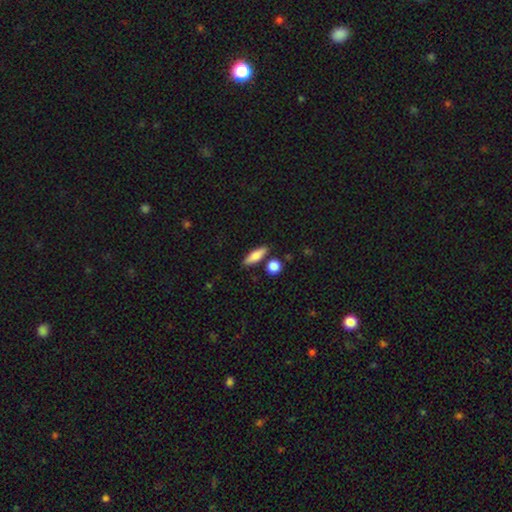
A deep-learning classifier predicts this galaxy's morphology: Smooth or featured?
  - smooth: 78% *
  - featured or disk: 16%
  - star or artifact: 7%
How rounded?
  - cigar-shaped: 47% *
  - in between: 46%
  - round: 7%
Merging?
  - none: 79% *
  - minor disturbance: 11%
  - merger: 7%
  - major disturbance: 3%